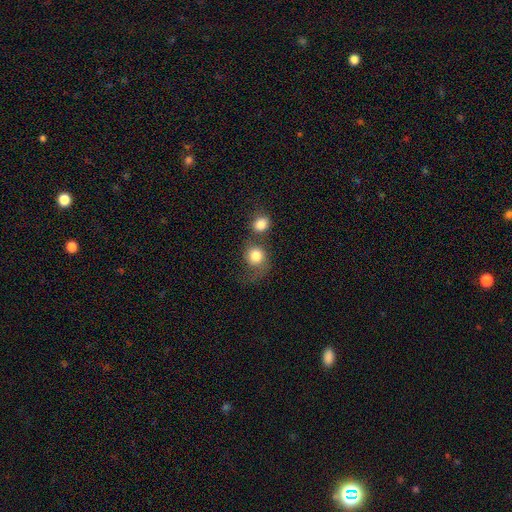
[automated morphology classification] This is likely a smooth galaxy (79%). How rounded: likely round (78%). Merging: marginally merger (38%).